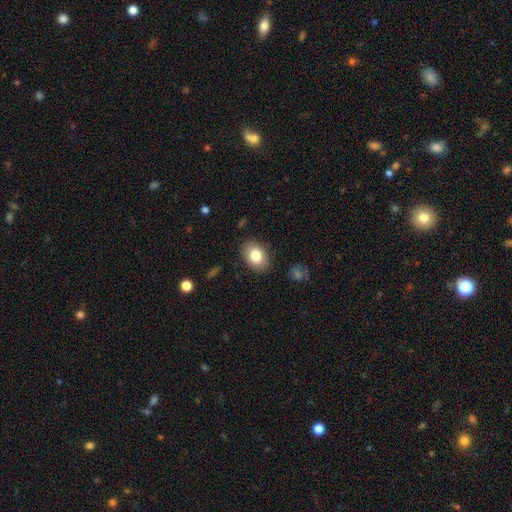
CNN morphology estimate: smooth-or-featured: smooth: 81% | featured or disk: 11% | star or artifact: 8%
  how-rounded: in between: 80% | round: 19% | cigar-shaped: 1%
  merging: none: 86% | minor disturbance: 10% | major disturbance: 3% | merger: 1%